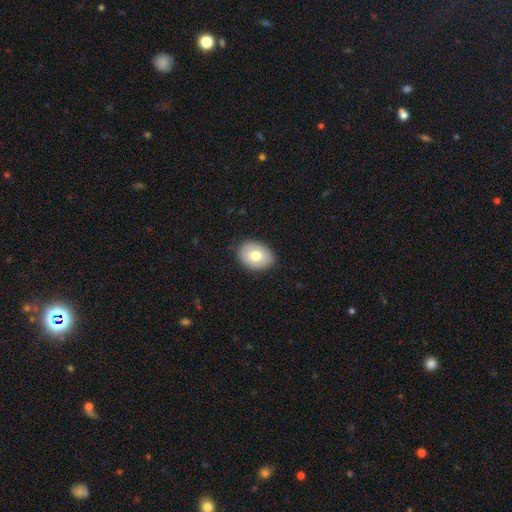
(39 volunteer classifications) smooth-or-featured: smooth: 59% | featured or disk: 31% | star or artifact: 10%
  how-rounded: in between: 74% | round: 26% | cigar-shaped: 0%
  merging: none: 91% | minor disturbance: 6% | major disturbance: 3% | merger: 0%